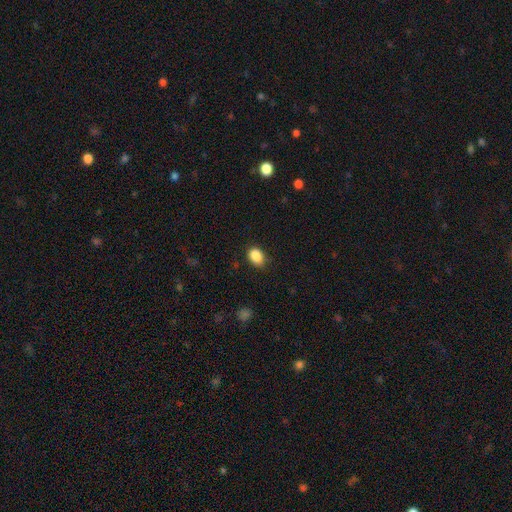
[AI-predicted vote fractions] smooth_or_featured: smooth (p=0.88) [alt: star or artifact p=0.08]
how_rounded: in between (p=0.74) [alt: round p=0.25]
merging: none (p=0.82) [alt: minor disturbance p=0.14]